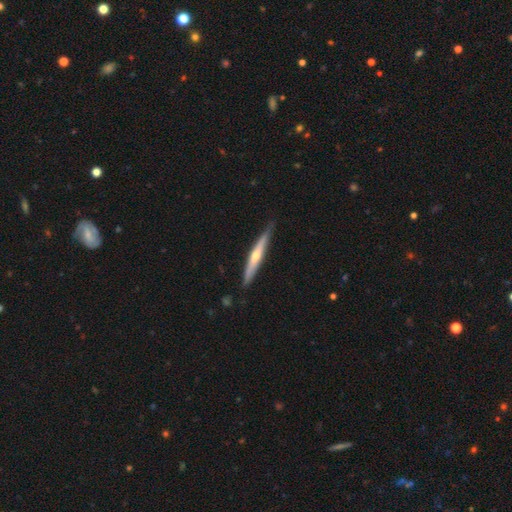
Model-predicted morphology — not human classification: Overall: featured or disk (64%; smooth 31%). Edge-on disk: yes (96%). Edge-on bulge: rounded (83%). Merging: none (84%).